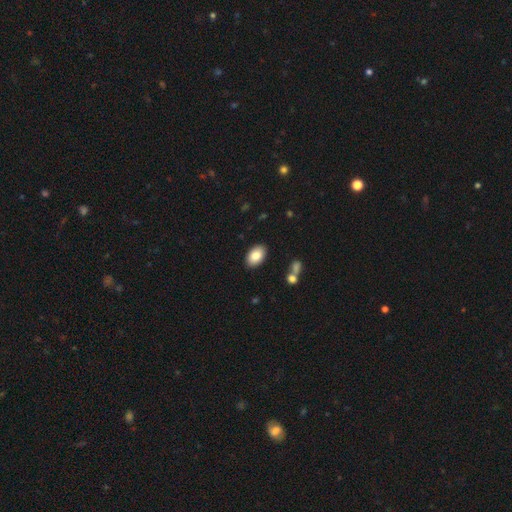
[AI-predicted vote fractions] Smooth or featured: smooth — 83% (featured or disk — 10%)
How rounded: in between — 91% (round — 8%)
Merging: none — 88% (minor disturbance — 8%)